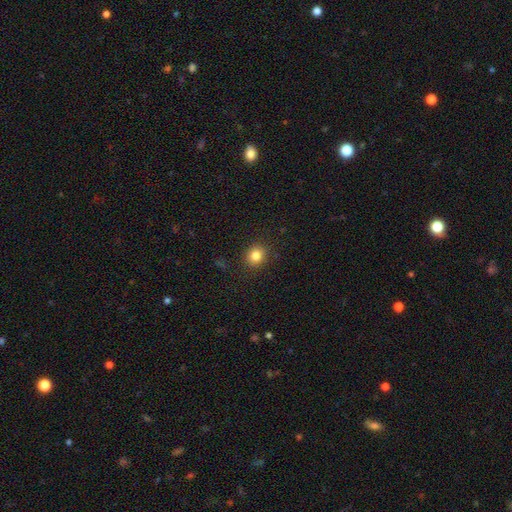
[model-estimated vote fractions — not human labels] A smooth galaxy with no disk features (83%) that is round (76%).

Vote fractions:
- Smooth or featured? smooth: 83% / star or artifact: 11% / featured or disk: 6%
- How rounded? round: 76% / in between: 23% / cigar-shaped: 1%
- Merging? none: 89% / minor disturbance: 7% / major disturbance: 2% / merger: 1%